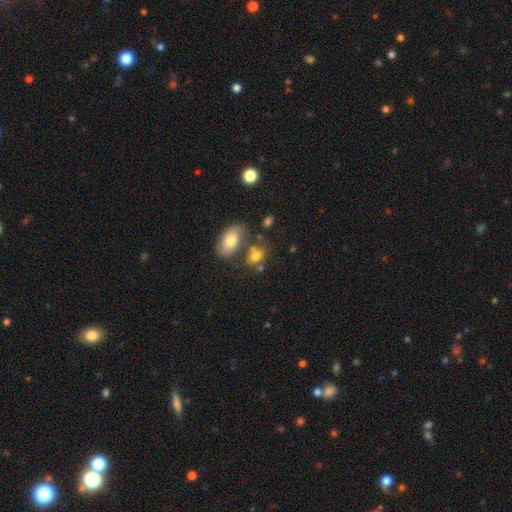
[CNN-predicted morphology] smooth 76%, featured or disk 13%, star or artifact 11%. Down the decision tree: how rounded — in between (73%); merging — none (49%).